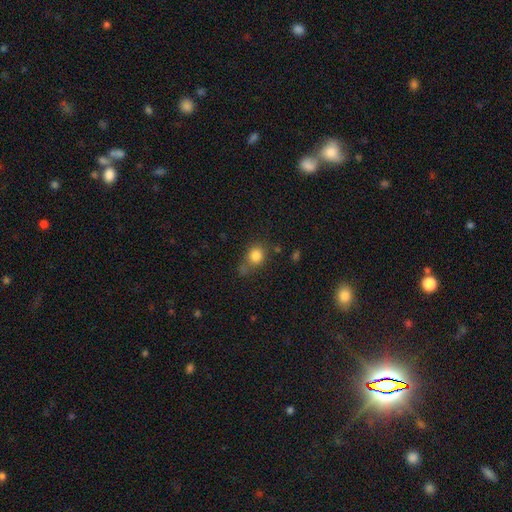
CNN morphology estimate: A smooth galaxy with no disk features (82%) that is round (71%). Merging: none (55%).